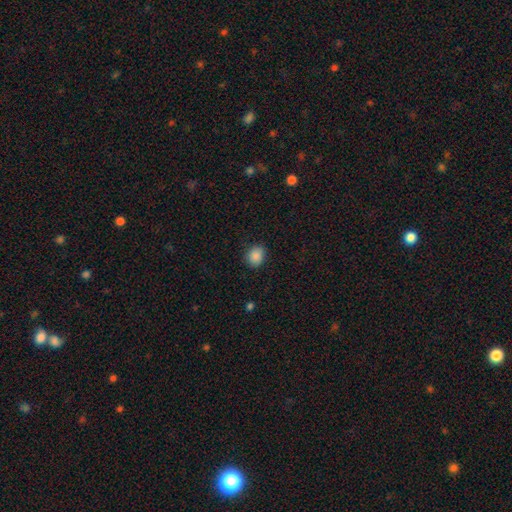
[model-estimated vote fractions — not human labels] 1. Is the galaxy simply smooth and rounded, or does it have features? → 88% smooth, 9% star or artifact, 3% featured or disk.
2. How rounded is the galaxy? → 62% round, 37% in between, 1% cigar-shaped.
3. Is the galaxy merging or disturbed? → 83% none, 13% minor disturbance, 3% major disturbance, 1% merger.